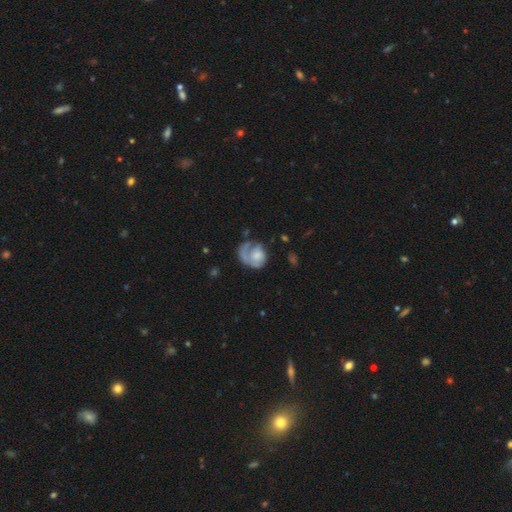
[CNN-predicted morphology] featured or disk 59%, smooth 35%, star or artifact 7%. Down the decision tree: edge-on disk — no (98%); bar — no (81%); spiral arms — yes (76%); bulge size — small (29%); merging — none (40%).